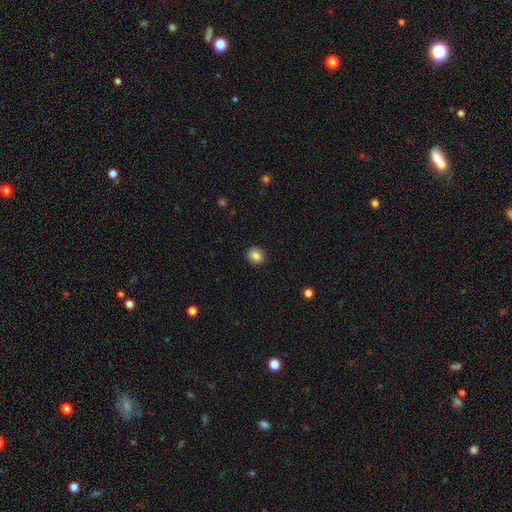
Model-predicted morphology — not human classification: Smooth or featured?
  - smooth: 86% *
  - star or artifact: 9%
  - featured or disk: 5%
How rounded?
  - round: 70% *
  - in between: 29%
  - cigar-shaped: 1%
Merging?
  - none: 91% *
  - minor disturbance: 6%
  - major disturbance: 2%
  - merger: 1%